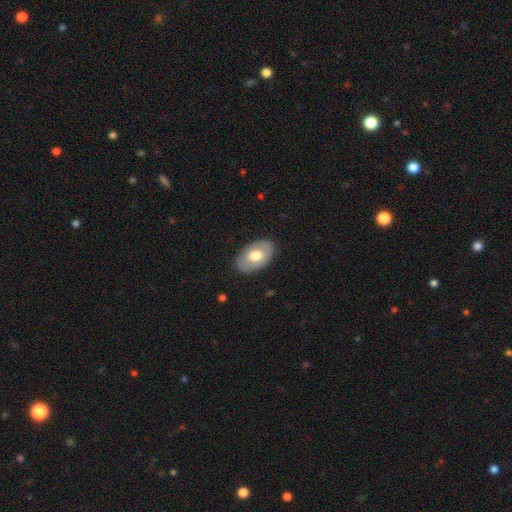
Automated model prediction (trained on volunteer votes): Smooth or featured: smooth — 63% (featured or disk — 32%)
How rounded: in between — 91% (round — 8%)
Merging: none — 84% (minor disturbance — 12%)